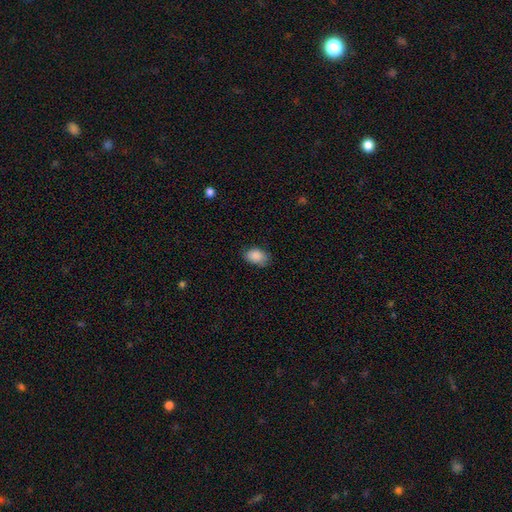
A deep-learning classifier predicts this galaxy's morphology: Smooth or featured: smooth — 88% (star or artifact — 8%)
How rounded: in between — 84% (round — 15%)
Merging: none — 75% (minor disturbance — 20%)